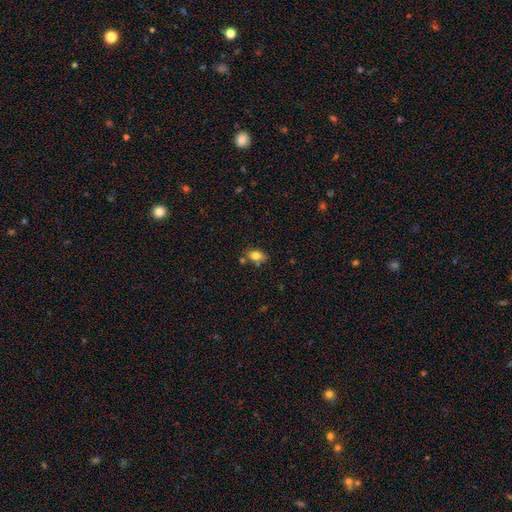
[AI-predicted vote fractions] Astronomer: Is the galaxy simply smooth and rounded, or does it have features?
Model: smooth — 79%.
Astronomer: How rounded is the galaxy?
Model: in between — 77%.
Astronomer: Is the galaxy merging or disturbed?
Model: none — 65%.